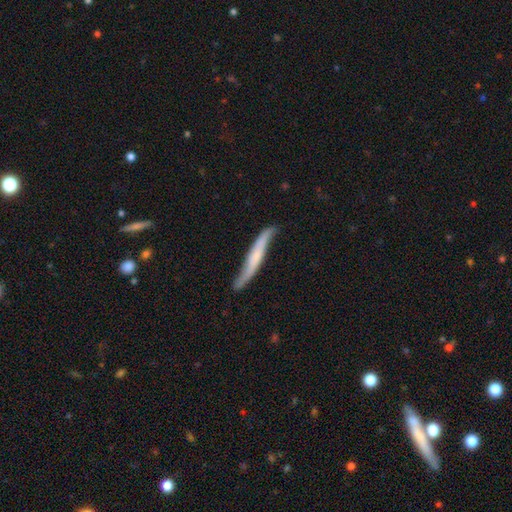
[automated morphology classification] type=featured or disk (61%); edge-on=yes (63%); merging=none (67%).